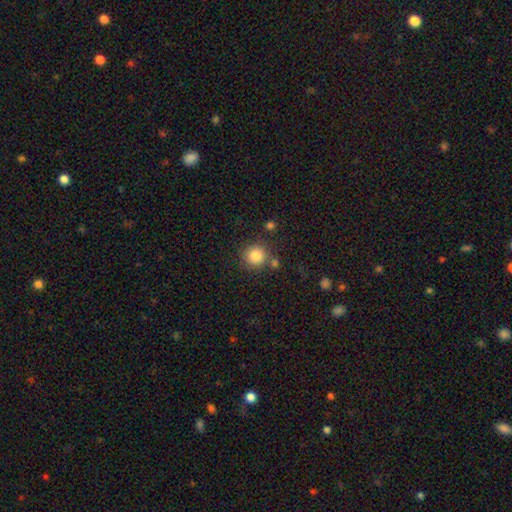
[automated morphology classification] A smooth galaxy with no disk features (84%) that is round (92%). Merging: none (78%).